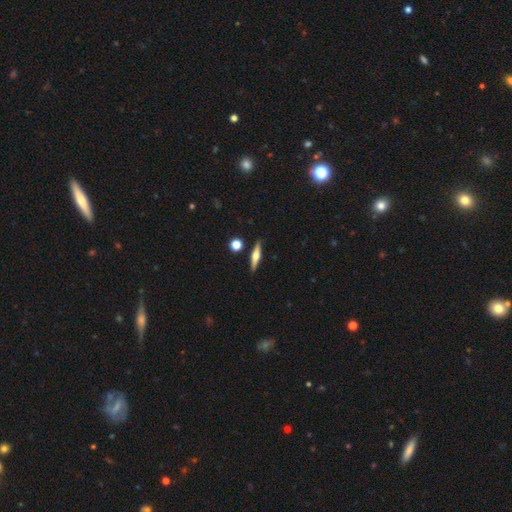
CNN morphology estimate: A featured or disk galaxy (61%) viewed edge-on (96%) with a rounded central bulge (91%). Merging: none (88%).